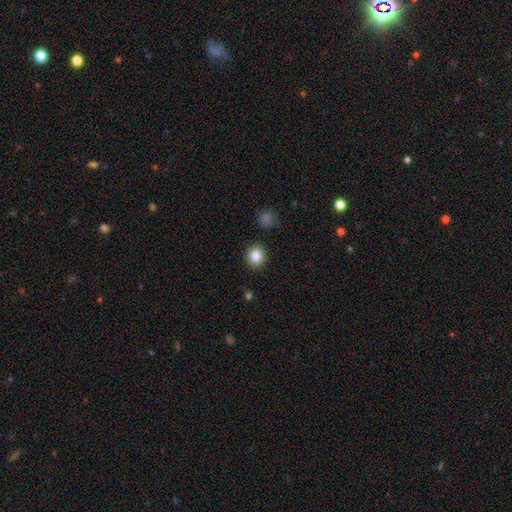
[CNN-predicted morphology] This appears to be a smooth galaxy with no disk features (85%) that is round (83%). Merging: none (90%).